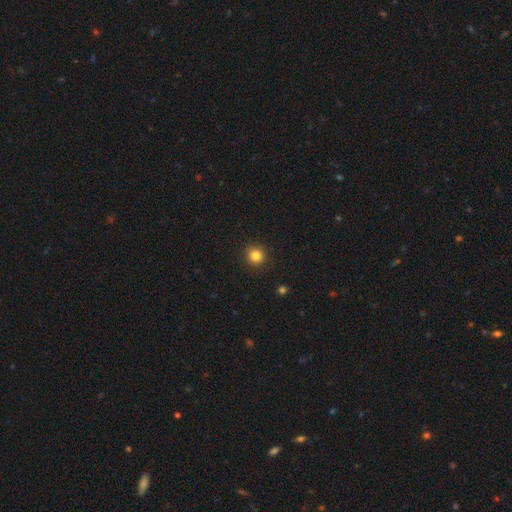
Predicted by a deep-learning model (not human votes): smooth-or-featured: smooth: 84% | star or artifact: 12% | featured or disk: 5%
  how-rounded: round: 92% | in between: 7% | cigar-shaped: 1%
  merging: none: 90% | minor disturbance: 7% | major disturbance: 2% | merger: 1%